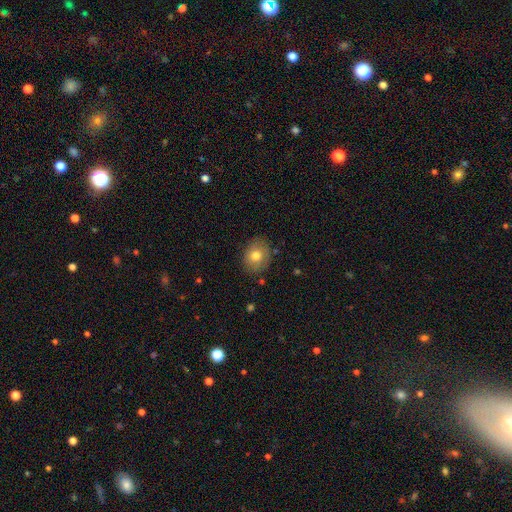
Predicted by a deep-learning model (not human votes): Q: Smooth or featured?
A: smooth (75%); runner-up: featured or disk (16%)
Q: How rounded?
A: round (54%); runner-up: in between (45%)
Q: Merging?
A: none (83%); runner-up: minor disturbance (13%)